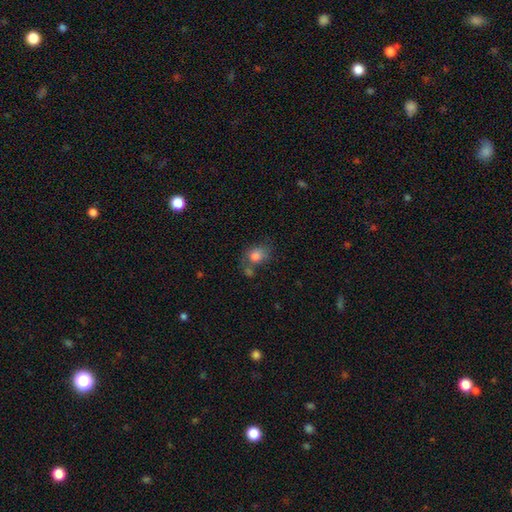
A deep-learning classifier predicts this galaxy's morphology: Q: Smooth or featured?
A: smooth (79%); runner-up: featured or disk (11%)
Q: How rounded?
A: in between (54%); runner-up: round (45%)
Q: Merging?
A: none (44%); runner-up: merger (24%)